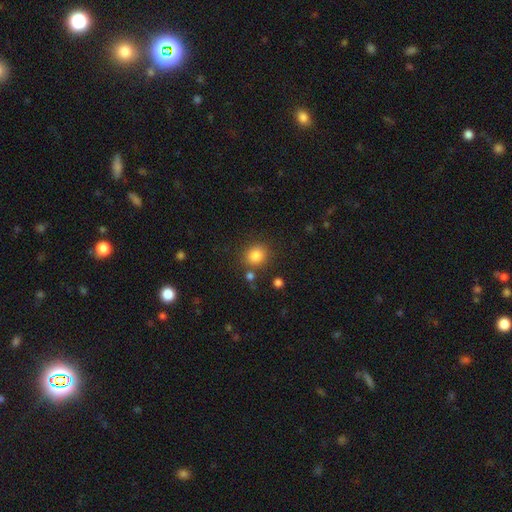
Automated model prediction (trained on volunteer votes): smooth 84%, star or artifact 11%, featured or disk 5%. Down the decision tree: how rounded — round (80%); merging — none (80%).